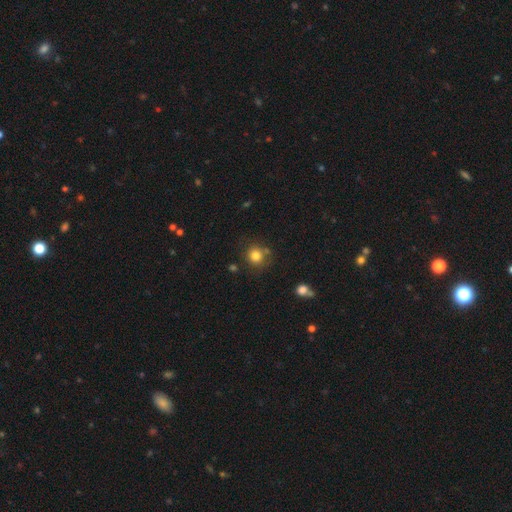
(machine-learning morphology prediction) This appears to be a smooth galaxy with no disk features (81%) that is round (89%). Merging: none (75%).